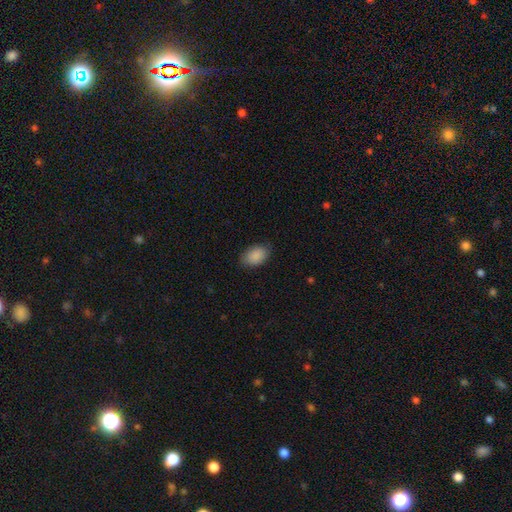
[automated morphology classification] The model was most divided on "merging": none: 83%, minor disturbance: 13%, major disturbance: 3%, merger: 1%. More confident: how rounded — in between (90%); smooth or featured — smooth (90%).